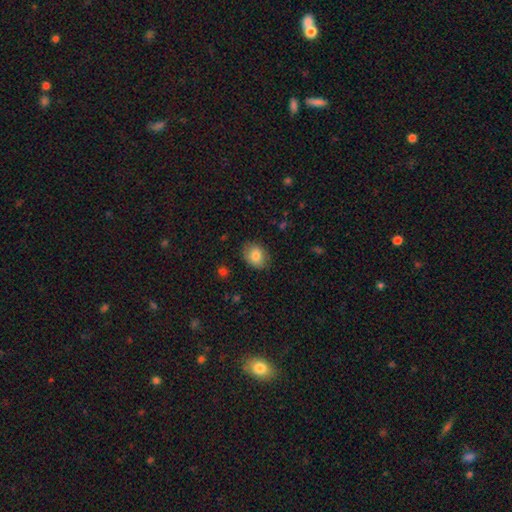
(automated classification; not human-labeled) Smooth or featured: smooth — 83% (featured or disk — 9%)
How rounded: in between — 59% (round — 40%)
Merging: none — 83% (minor disturbance — 13%)